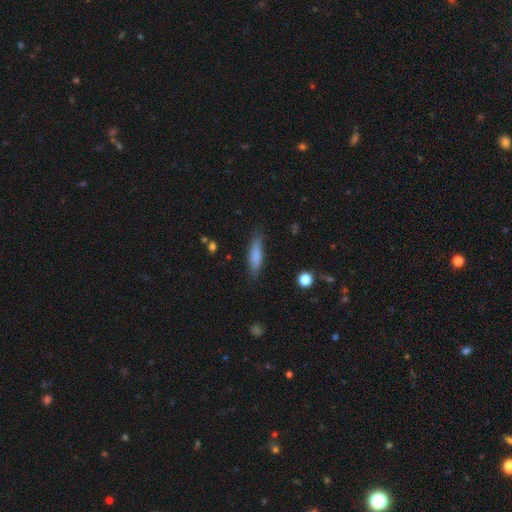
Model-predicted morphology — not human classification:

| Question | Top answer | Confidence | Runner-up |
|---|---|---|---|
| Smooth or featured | smooth | 78% | featured or disk (16%) |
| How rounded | cigar-shaped | 68% | in between (30%) |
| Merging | none | 78% | minor disturbance (17%) |